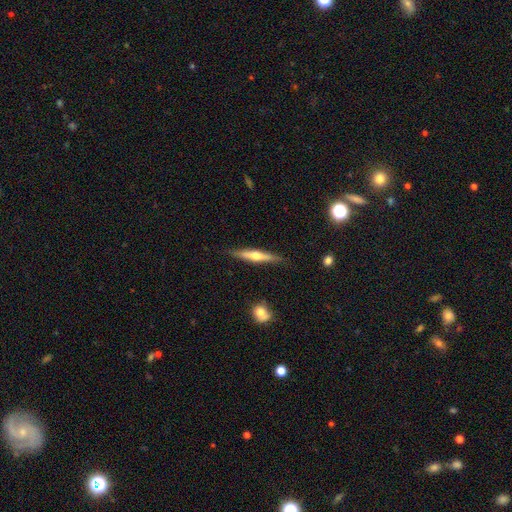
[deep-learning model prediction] Smooth or featured? Predicted: featured or disk (p=0.58). Edge-on disk? Predicted: yes (p=0.95). Edge-on bulge? Predicted: rounded (p=0.88). Merging? Predicted: none (p=0.86).